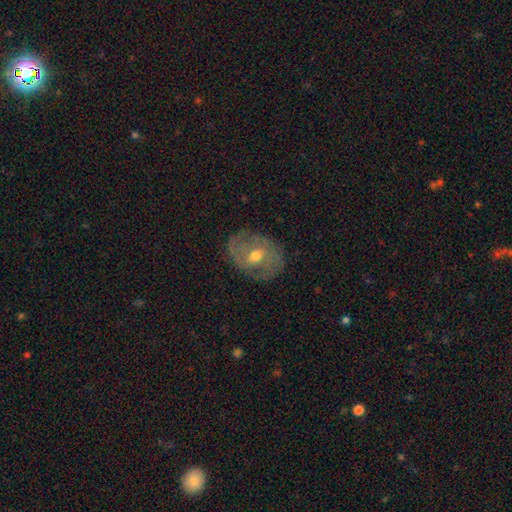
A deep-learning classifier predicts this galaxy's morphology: Overall: featured or disk (59%; smooth 34%). Edge-on disk: no (94%). Bar: no (45%; weak 42%). Spiral arms: yes (54%; no 46%). Bulge size: moderate (73%). Merging: none (74%).